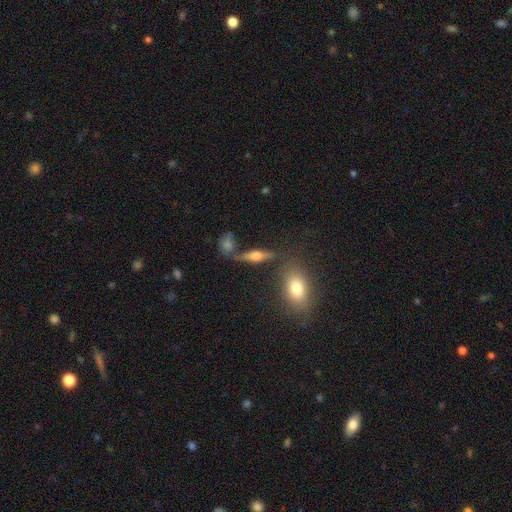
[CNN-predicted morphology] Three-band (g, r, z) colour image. It shows a featured or disk galaxy (58%) viewed edge-on (91%) with a rounded central bulge (92%). Merging: none (69%).